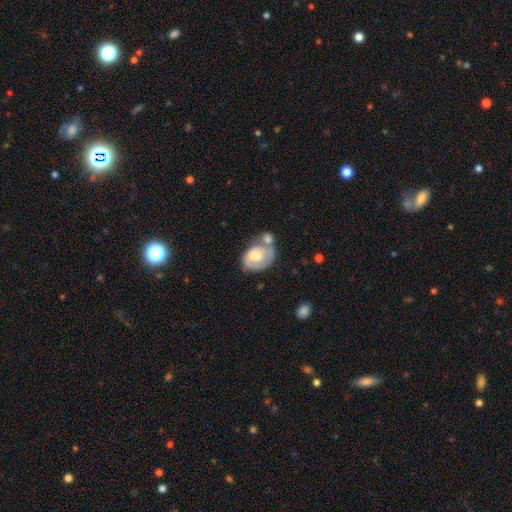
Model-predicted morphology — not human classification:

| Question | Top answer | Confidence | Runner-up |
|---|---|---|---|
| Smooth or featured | featured or disk | 52% | smooth (43%) |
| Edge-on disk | no | 96% | yes (4%) |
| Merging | merger | 35% | none (30%) |